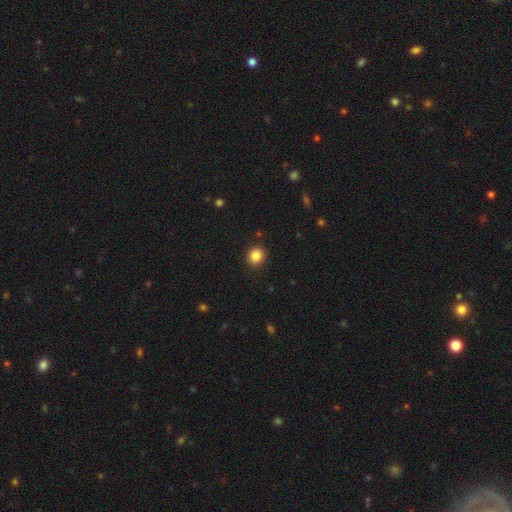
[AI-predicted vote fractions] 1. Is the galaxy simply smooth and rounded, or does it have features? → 86% smooth, 10% star or artifact, 4% featured or disk.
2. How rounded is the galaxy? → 78% round, 21% in between, 1% cigar-shaped.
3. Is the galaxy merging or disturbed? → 91% none, 6% minor disturbance, 2% major disturbance, 1% merger.